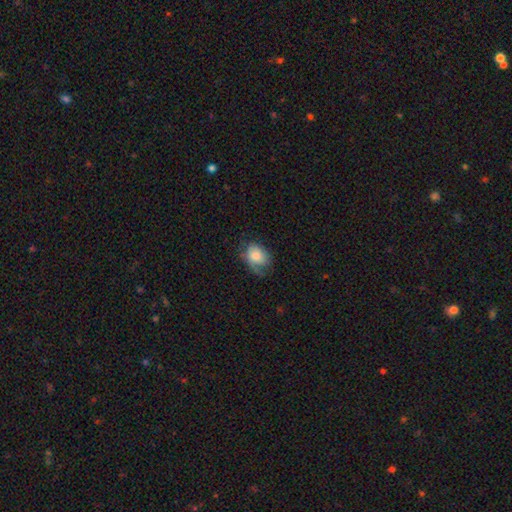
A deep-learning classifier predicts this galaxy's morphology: Smooth or featured: smooth — 73% (featured or disk — 19%)
How rounded: in between — 70% (round — 29%)
Merging: none — 45% (minor disturbance — 34%)